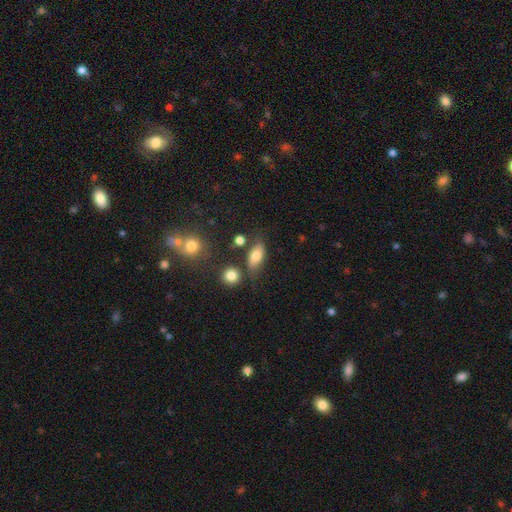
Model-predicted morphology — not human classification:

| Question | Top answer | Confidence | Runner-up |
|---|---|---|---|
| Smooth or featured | smooth | 75% | featured or disk (15%) |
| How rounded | in between | 81% | cigar-shaped (10%) |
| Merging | none | 68% | minor disturbance (17%) |